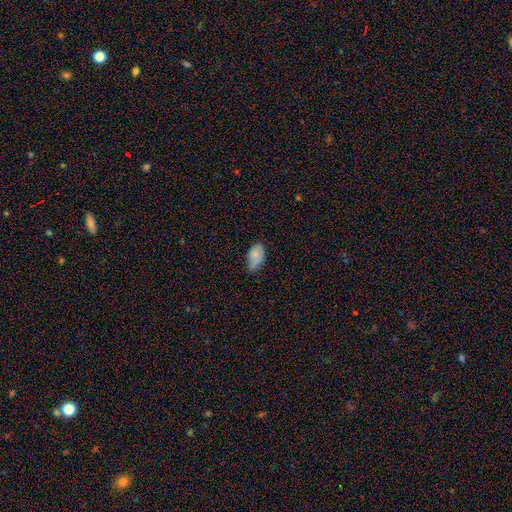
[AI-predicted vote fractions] Smooth or featured? Predicted: smooth (p=0.77). How rounded? Predicted: in between (p=0.93). Merging? Predicted: none (p=0.45).